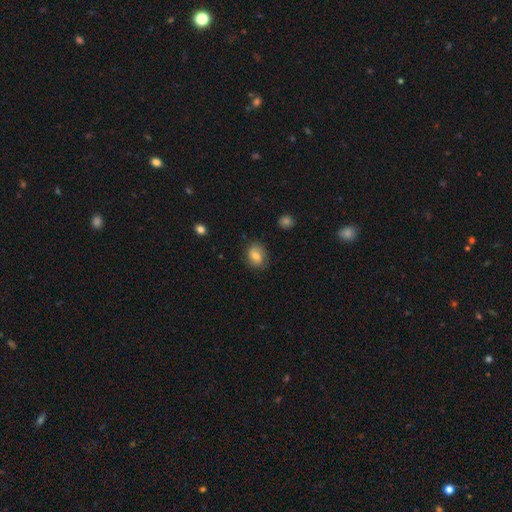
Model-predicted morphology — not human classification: A smooth galaxy with no disk features (70%) that is in between round and cigar-shaped (54%).

Vote fractions:
- Smooth or featured? smooth: 70% / featured or disk: 21% / star or artifact: 9%
- How rounded? in between: 54% / round: 45% / cigar-shaped: 1%
- Merging? none: 77% / minor disturbance: 17% / major disturbance: 4% / merger: 1%